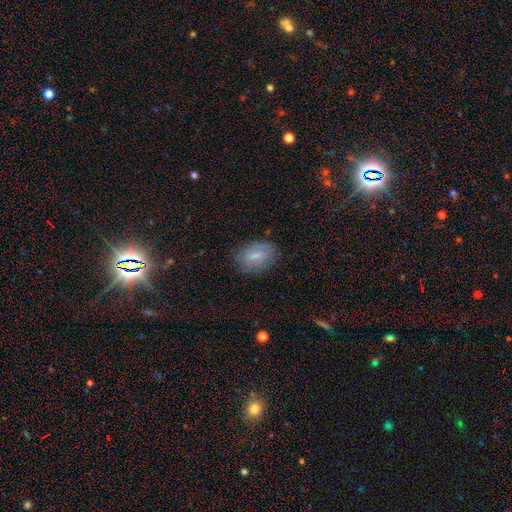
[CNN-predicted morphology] smooth-or-featured: smooth: 56% | featured or disk: 35% | star or artifact: 10%
  how-rounded: in between: 82% | round: 15% | cigar-shaped: 2%
  merging: none: 77% | minor disturbance: 17% | major disturbance: 5% | merger: 1%